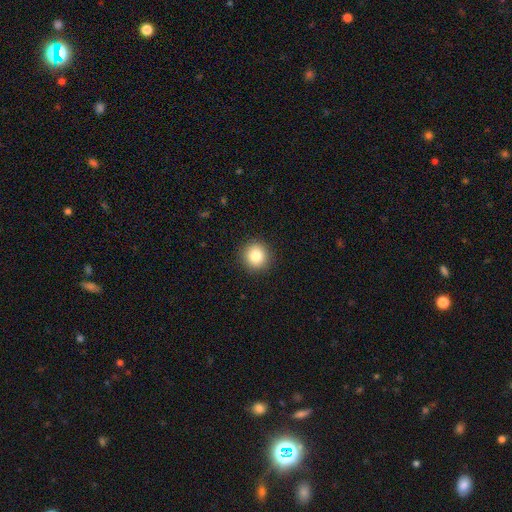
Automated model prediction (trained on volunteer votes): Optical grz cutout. It shows a smooth galaxy with no disk features (83%) that is round (93%). Merging: none (92%).